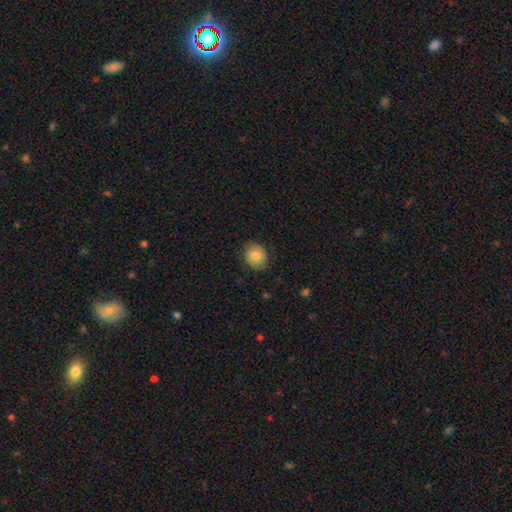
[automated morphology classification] smooth 77%, featured or disk 16%, star or artifact 8%. Down the decision tree: how rounded — round (69%); merging — none (82%).